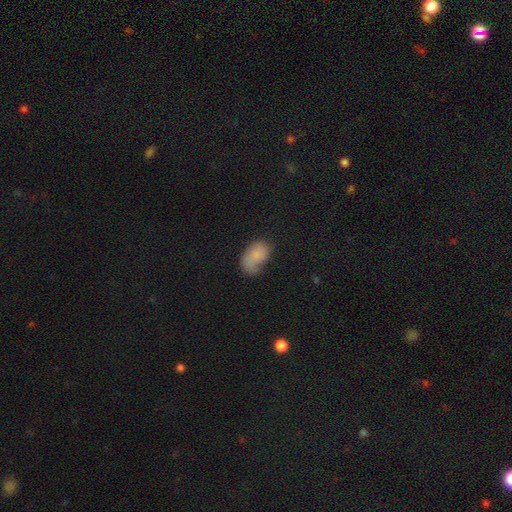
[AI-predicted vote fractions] smooth-or-featured: smooth: 76% | featured or disk: 14% | star or artifact: 10%
  how-rounded: in between: 90% | round: 8% | cigar-shaped: 2%
  merging: none: 37% | minor disturbance: 32% | major disturbance: 23% | merger: 8%